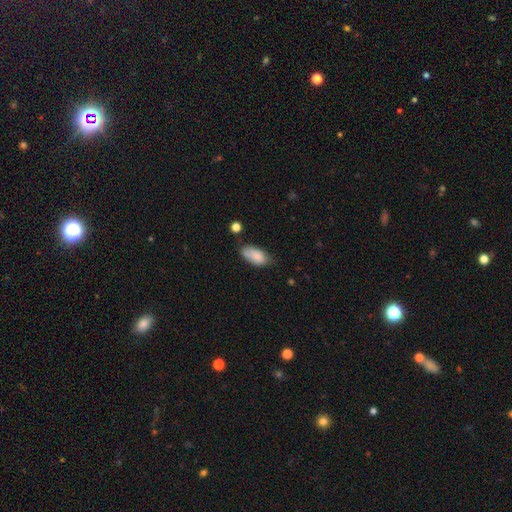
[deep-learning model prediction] smooth 82%, featured or disk 11%, star or artifact 7%. Down the decision tree: how rounded — in between (90%); merging — none (57%).